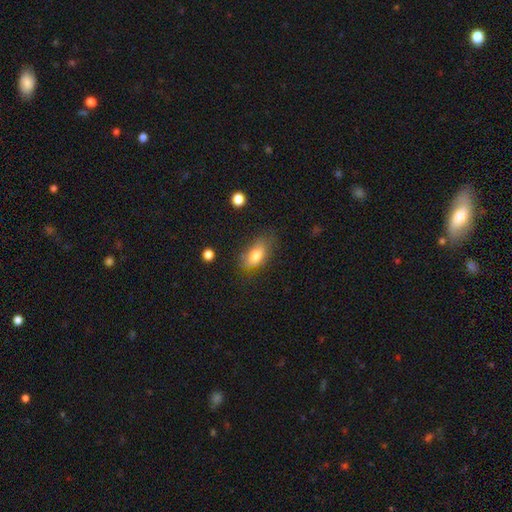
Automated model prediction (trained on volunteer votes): Smooth or featured? Predicted: smooth (p=0.77). How rounded? Predicted: in between (p=0.87). Merging? Predicted: none (p=0.56).